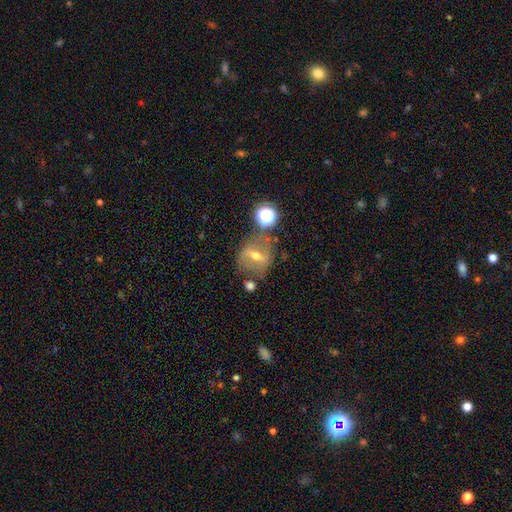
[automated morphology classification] featured or disk 62%, smooth 24%, star or artifact 14%. Down the decision tree: edge-on disk — no (88%); bar — strong (57%); spiral arms — yes (53%); bulge size — moderate (57%); merging — none (62%).